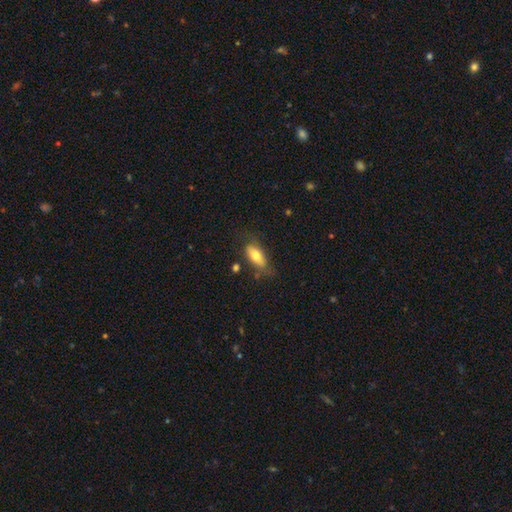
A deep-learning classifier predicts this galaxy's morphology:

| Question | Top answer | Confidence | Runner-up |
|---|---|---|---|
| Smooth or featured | smooth | 70% | featured or disk (23%) |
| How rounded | in between | 79% | cigar-shaped (18%) |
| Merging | none | 64% | minor disturbance (25%) |